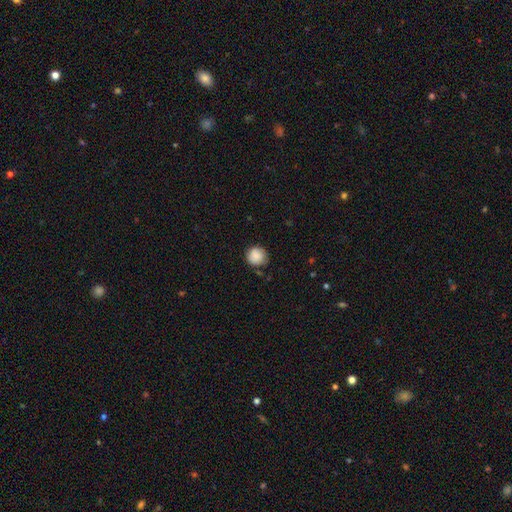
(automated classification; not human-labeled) A smooth galaxy with no disk features (86%) that is round (91%).

Vote fractions:
- Smooth or featured? smooth: 86% / star or artifact: 8% / featured or disk: 6%
- How rounded? round: 91% / in between: 8% / cigar-shaped: 1%
- Merging? none: 76% / minor disturbance: 18% / major disturbance: 4% / merger: 2%